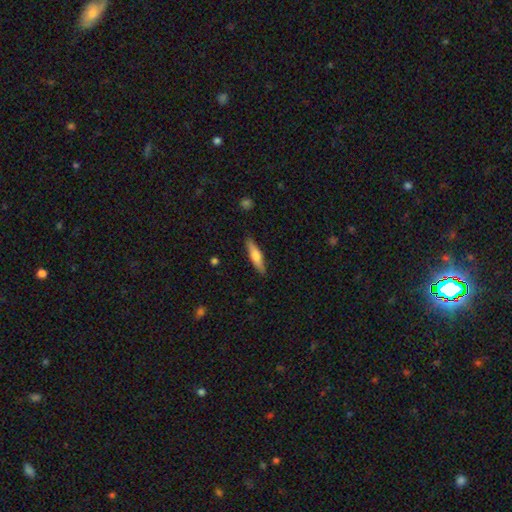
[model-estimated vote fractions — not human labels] The model was most divided on "smooth or featured": smooth: 57%, featured or disk: 37%, star or artifact: 6%. More confident: merging — none (88%); how rounded — cigar-shaped (78%).